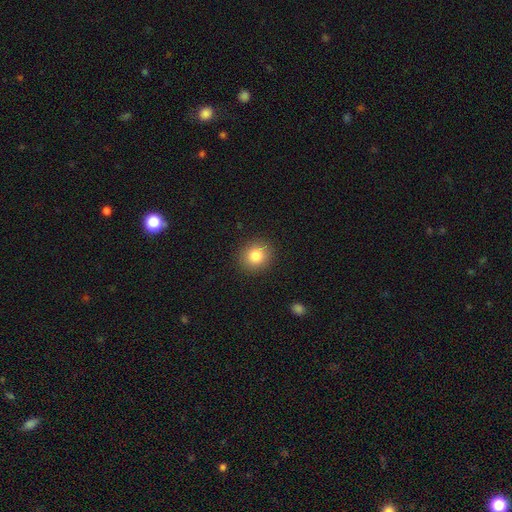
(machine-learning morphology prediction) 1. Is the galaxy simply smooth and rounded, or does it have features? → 83% smooth, 10% star or artifact, 7% featured or disk.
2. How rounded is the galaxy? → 82% round, 17% in between, 1% cigar-shaped.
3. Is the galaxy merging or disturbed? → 90% none, 7% minor disturbance, 2% major disturbance, 1% merger.